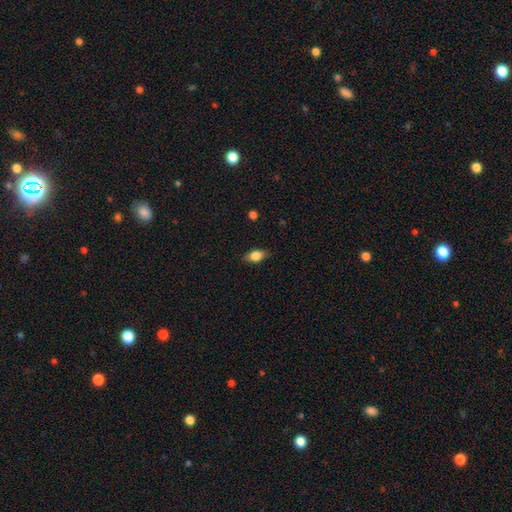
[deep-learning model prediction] This is likely a smooth galaxy (76%). How rounded: clearly in between (82%). Merging: clearly none (84%).